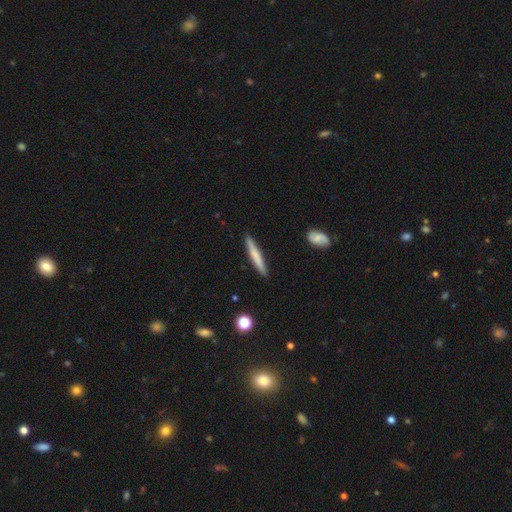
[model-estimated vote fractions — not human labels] Smooth or featured? Predicted: smooth (p=0.64). How rounded? Predicted: cigar-shaped (p=0.95). Merging? Predicted: none (p=0.90).